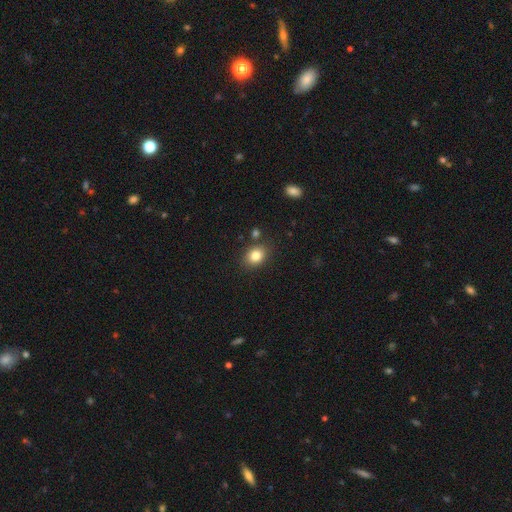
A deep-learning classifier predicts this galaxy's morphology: Smooth or featured?
  - smooth: 82% *
  - star or artifact: 10%
  - featured or disk: 7%
How rounded?
  - in between: 52% *
  - round: 47%
  - cigar-shaped: 1%
Merging?
  - none: 80% *
  - minor disturbance: 11%
  - merger: 6%
  - major disturbance: 3%